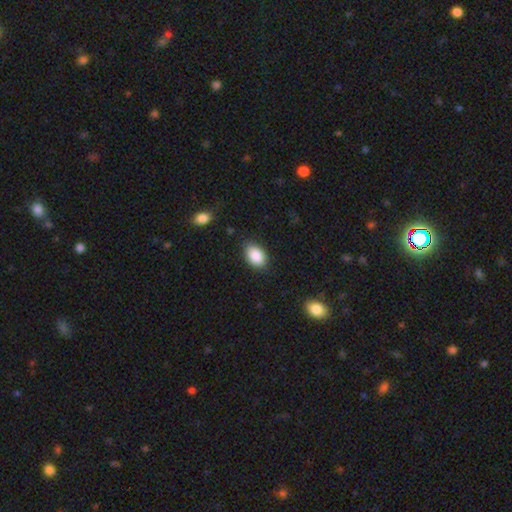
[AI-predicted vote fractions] The model was most divided on "merging": none: 83%, minor disturbance: 13%, major disturbance: 3%, merger: 1%. More confident: smooth or featured — smooth (89%); how rounded — in between (87%).